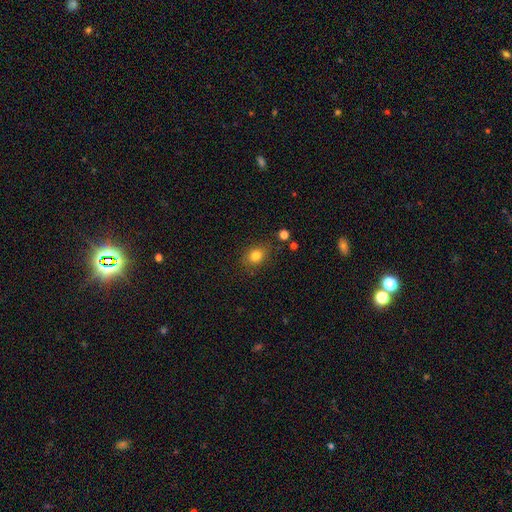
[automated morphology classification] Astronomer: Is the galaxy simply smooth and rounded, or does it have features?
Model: smooth — 81%.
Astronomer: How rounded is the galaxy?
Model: in between — 51% (runner-up: round, 48%).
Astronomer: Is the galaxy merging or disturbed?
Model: none — 82%.